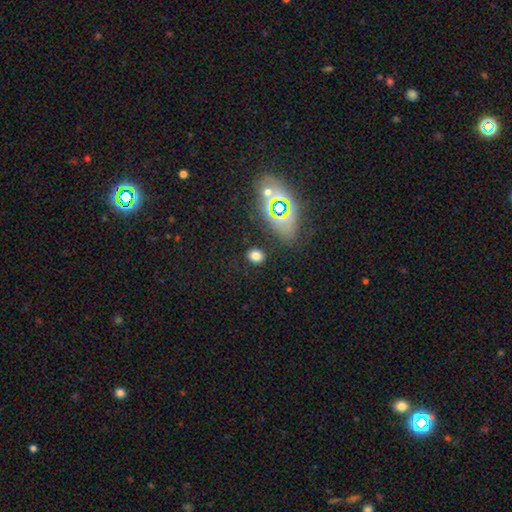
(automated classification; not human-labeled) Smooth or featured? smooth (73%)
How rounded? in between (53%)
Merging? none (85%)